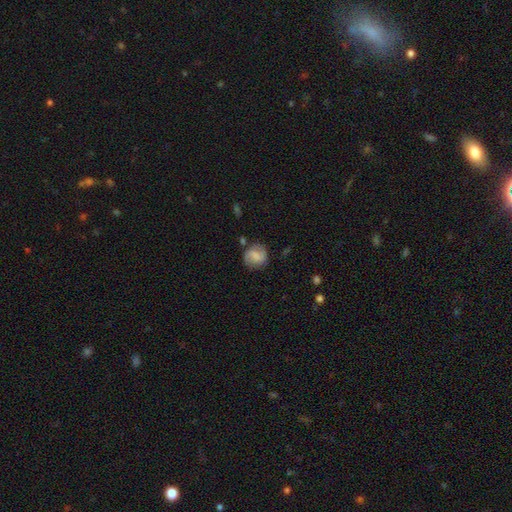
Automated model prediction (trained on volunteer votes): Overall: featured or disk (50%; smooth 42%). Merging: none (74%).